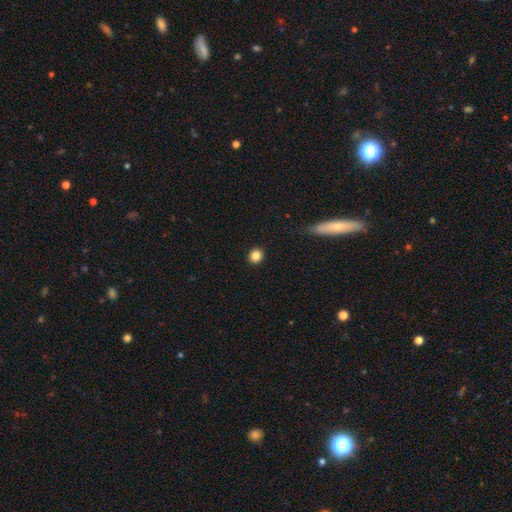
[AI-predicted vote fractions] The model was most divided on "smooth or featured": smooth: 85%, star or artifact: 10%, featured or disk: 5%. More confident: merging — none (92%); how rounded — round (87%).